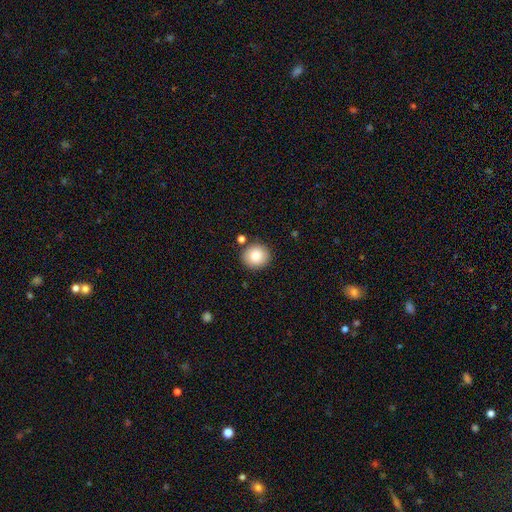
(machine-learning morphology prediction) smooth 84%, star or artifact 9%, featured or disk 7%. Down the decision tree: how rounded — round (89%); merging — none (85%).